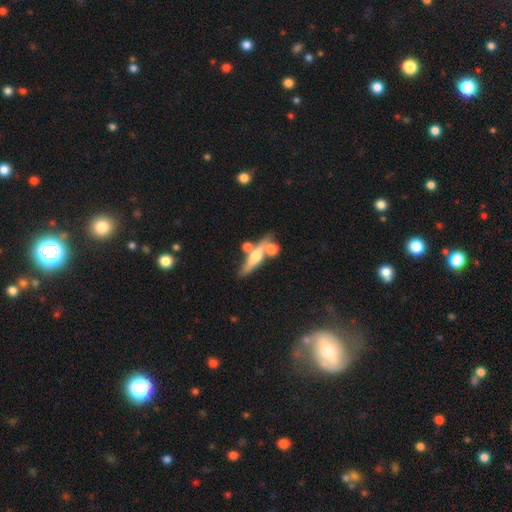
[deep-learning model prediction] Smooth or featured? featured or disk (53%)
Edge-on disk? yes (82%)
Merging? none (53%)